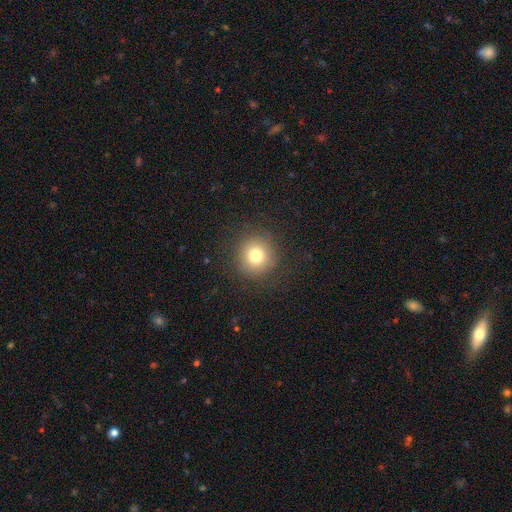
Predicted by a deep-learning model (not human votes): Smooth or featured? smooth (77%)
How rounded? round (93%)
Merging? none (88%)